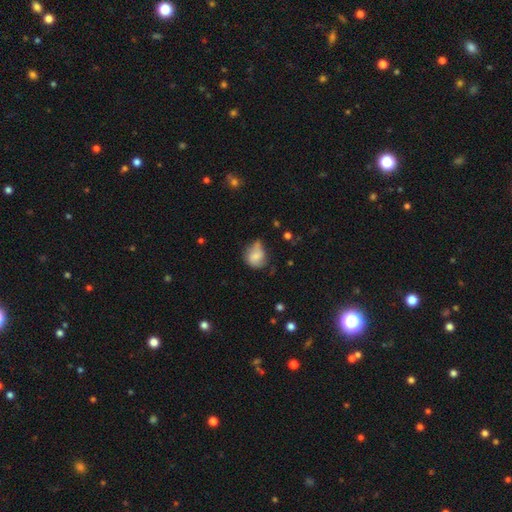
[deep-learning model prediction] A smooth galaxy with no disk features (71%) that is round (56%).

Vote fractions:
- Smooth or featured? smooth: 71% / featured or disk: 20% / star or artifact: 9%
- How rounded? round: 56% / in between: 43% / cigar-shaped: 1%
- Merging? minor disturbance: 41% / none: 35% / major disturbance: 17% / merger: 7%